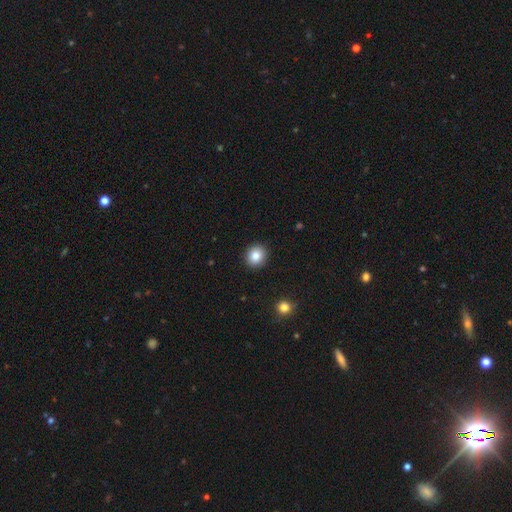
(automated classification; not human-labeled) Smooth or featured? smooth (84%)
How rounded? round (85%)
Merging? none (92%)